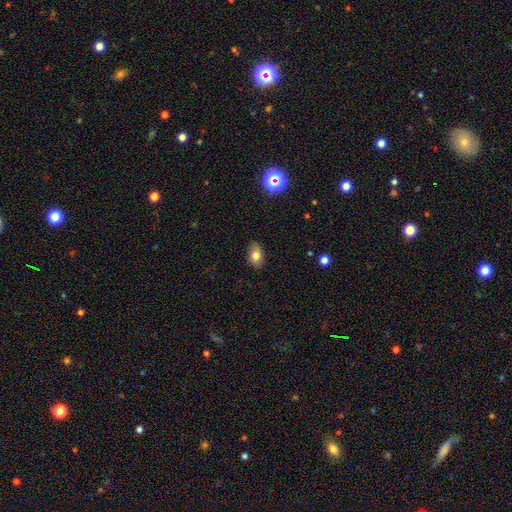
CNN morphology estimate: Smooth or featured?
  - smooth: 80% *
  - featured or disk: 11%
  - star or artifact: 9%
How rounded?
  - in between: 86% *
  - round: 12%
  - cigar-shaped: 2%
Merging?
  - none: 85% *
  - minor disturbance: 12%
  - major disturbance: 2%
  - merger: 1%